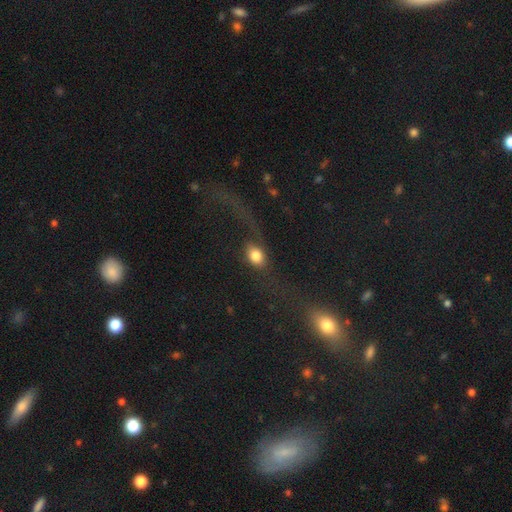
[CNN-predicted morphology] smooth 66%, featured or disk 23%, star or artifact 11%. Down the decision tree: how rounded — in between (62%); merging — none (44%).